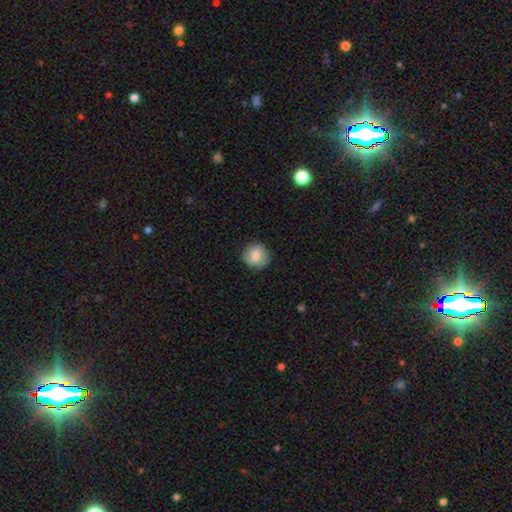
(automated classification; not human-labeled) Overall: smooth (71%). How rounded: round (90%). Merging: none (84%).